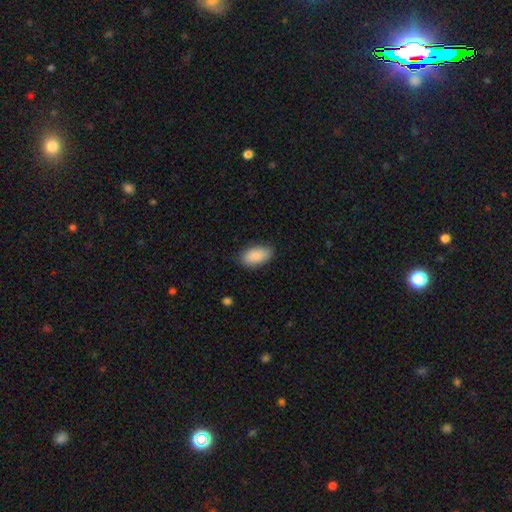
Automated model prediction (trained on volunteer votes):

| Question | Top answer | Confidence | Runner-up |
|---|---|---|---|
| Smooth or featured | smooth | 90% | star or artifact (6%) |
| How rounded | in between | 94% | cigar-shaped (3%) |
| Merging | none | 83% | minor disturbance (14%) |